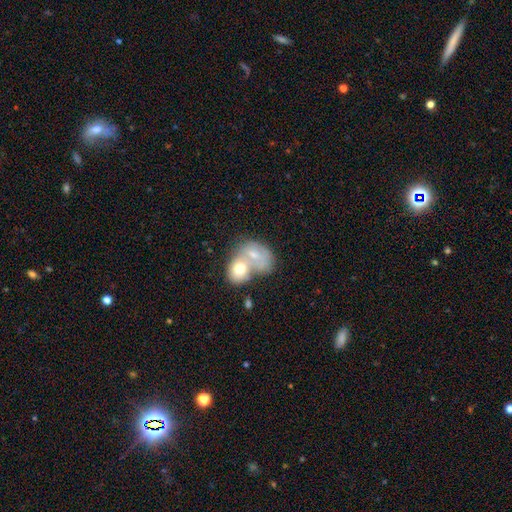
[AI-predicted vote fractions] A smooth galaxy with no disk features (63%) that is in between round and cigar-shaped (68%). Merging: merger (74%).